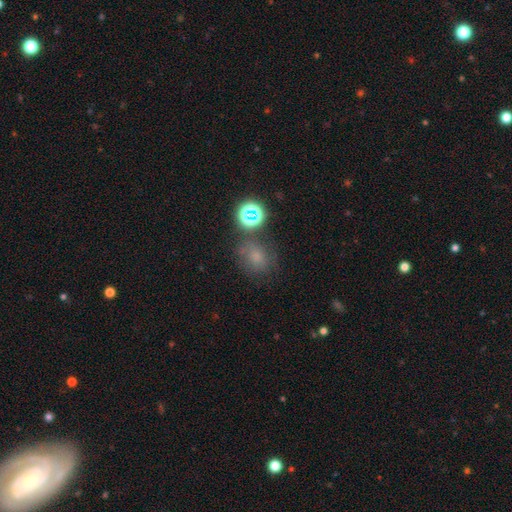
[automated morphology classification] This appears to be a smooth galaxy with no disk features (62%) that is round (69%). Merging: none (65%).